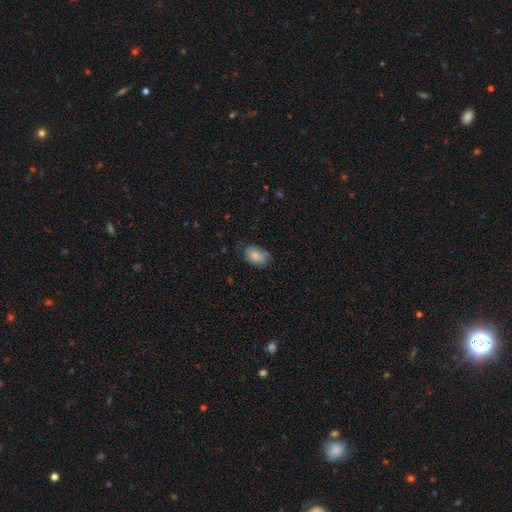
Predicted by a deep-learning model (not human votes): smooth 80%, featured or disk 12%, star or artifact 8%. Down the decision tree: how rounded — in between (86%); merging — none (62%).